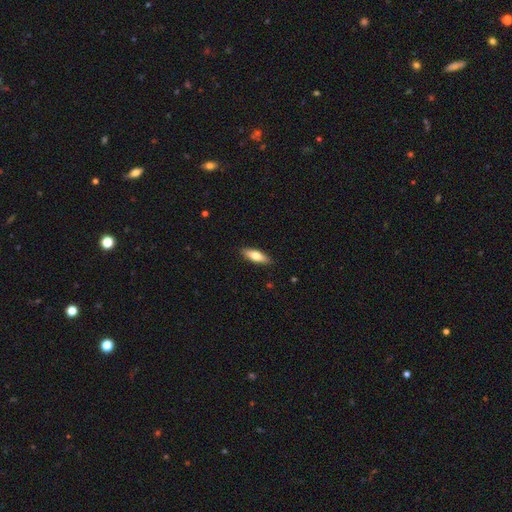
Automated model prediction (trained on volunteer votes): Morphology: type=smooth (71%); roundness=in between (59%); merging=none (89%).